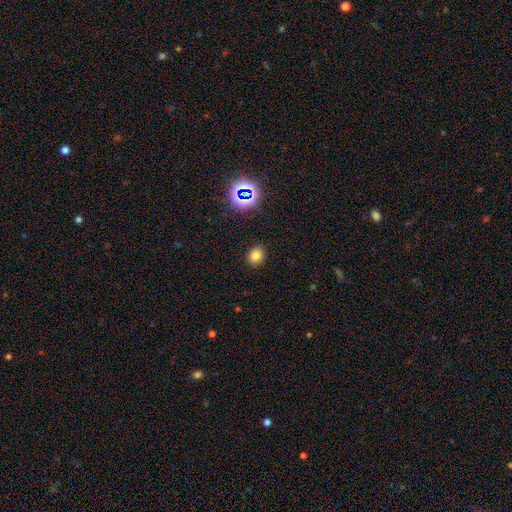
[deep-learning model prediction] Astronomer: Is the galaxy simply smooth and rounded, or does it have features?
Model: smooth — 76%.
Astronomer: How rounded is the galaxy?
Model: round — 62% (runner-up: in between, 37%).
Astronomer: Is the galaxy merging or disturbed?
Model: none — 89%.